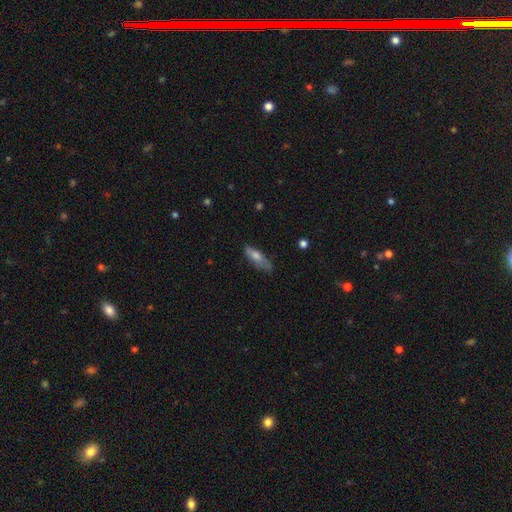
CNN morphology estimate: Overall: smooth (62%; featured or disk 30%). How rounded: cigar-shaped (56%; in between 41%). Merging: none (66%).